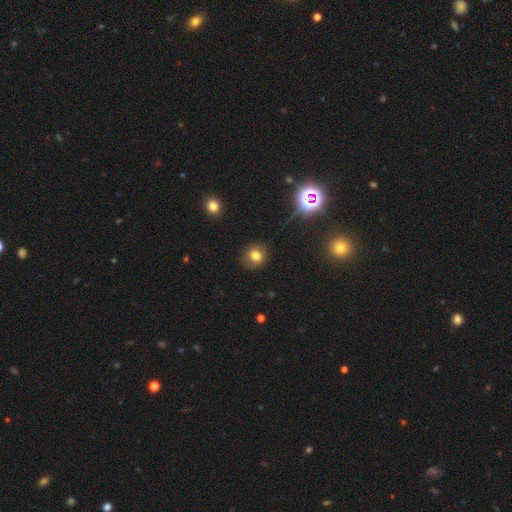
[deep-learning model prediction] The model was most divided on "smooth or featured": smooth: 76%, star or artifact: 16%, featured or disk: 9%. More confident: merging — none (88%); how rounded — round (83%).